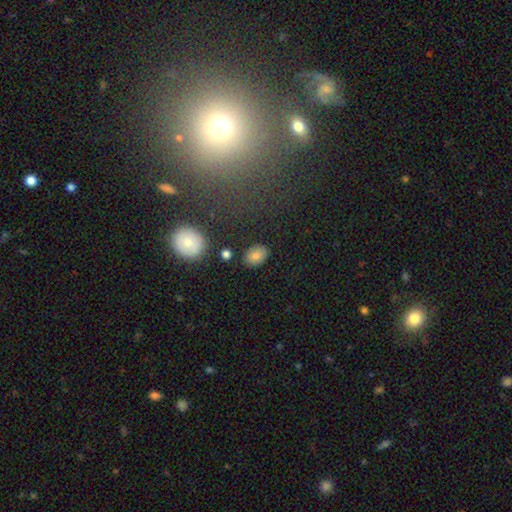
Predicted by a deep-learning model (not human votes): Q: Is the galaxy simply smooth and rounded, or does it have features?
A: smooth — 83%.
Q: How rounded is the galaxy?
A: in between — 79%.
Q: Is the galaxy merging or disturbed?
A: none — 85%.